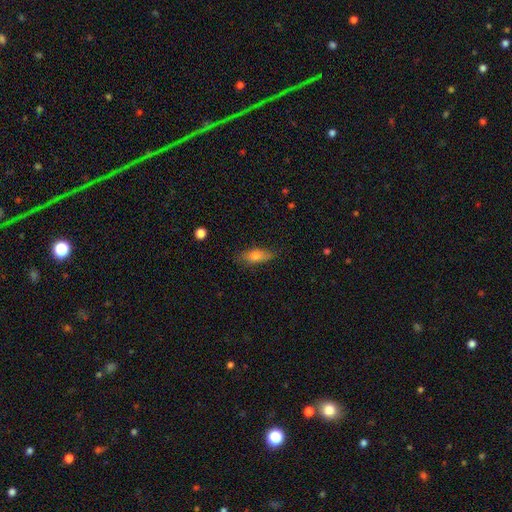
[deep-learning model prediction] smooth_or_featured: smooth (p=0.74) [alt: featured or disk p=0.18]
how_rounded: in between (p=0.71) [alt: cigar-shaped p=0.25]
merging: none (p=0.76) [alt: minor disturbance p=0.19]